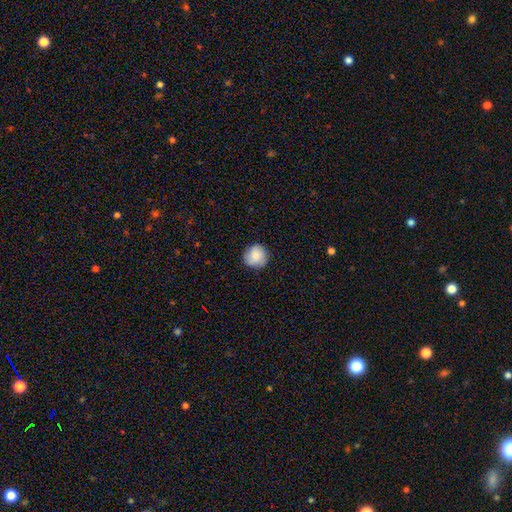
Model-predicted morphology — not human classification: Q: Smooth or featured?
A: smooth (84%); runner-up: featured or disk (8%)
Q: How rounded?
A: round (91%); runner-up: in between (8%)
Q: Merging?
A: none (83%); runner-up: minor disturbance (13%)